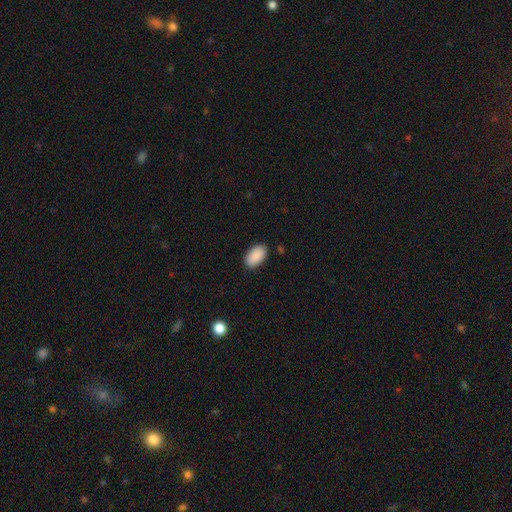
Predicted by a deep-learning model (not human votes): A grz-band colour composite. It shows a smooth galaxy with no disk features (91%) that is in between round and cigar-shaped (94%). Merging: none (87%).